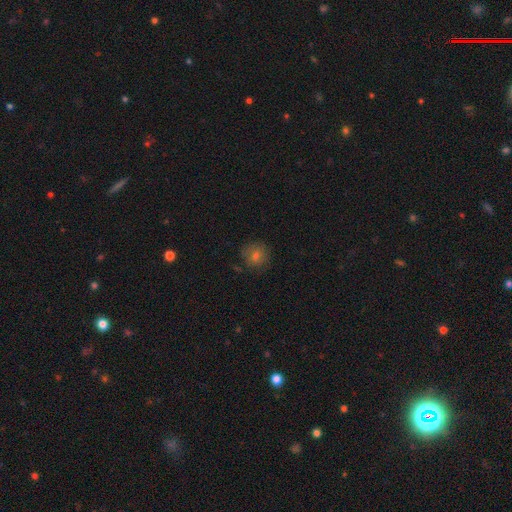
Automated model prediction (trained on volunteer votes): Smooth or featured? Predicted: smooth (p=0.66). How rounded? Predicted: round (p=0.91). Merging? Predicted: none (p=0.81).